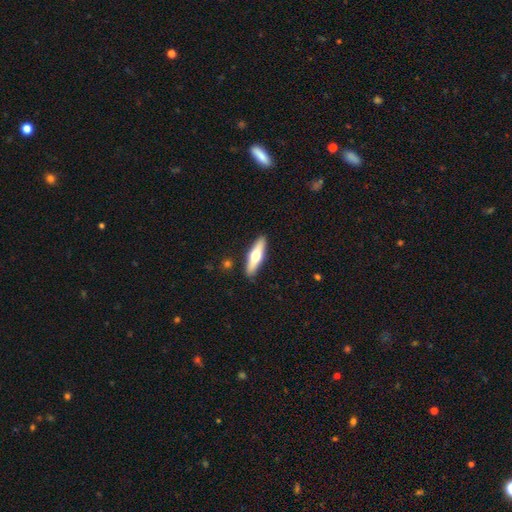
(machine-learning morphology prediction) type=smooth (49%); merging=none (89%).